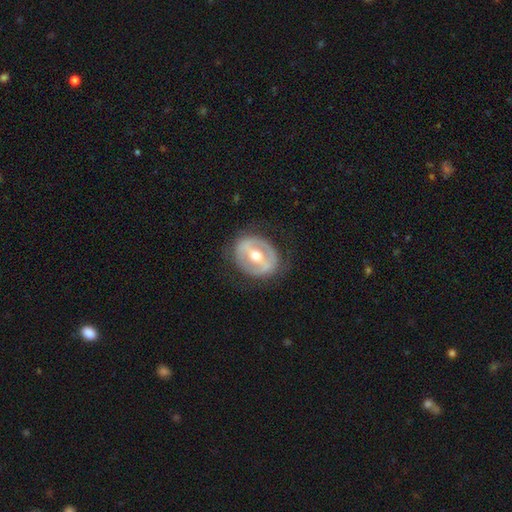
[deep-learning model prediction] Smooth or featured?
  - featured or disk: 72% *
  - smooth: 22%
  - star or artifact: 6%
Edge-on disk?
  - no: 94% *
  - yes: 6%
Bar?
  - strong: 60% *
  - weak: 26%
  - no: 13%
Spiral arms?
  - no: 74% *
  - yes: 26%
Bulge size?
  - moderate: 73% *
  - small: 20%
  - large: 5%
  - none: 1%
  - dominant: 1%
Merging?
  - none: 80% *
  - minor disturbance: 12%
  - major disturbance: 6%
  - merger: 1%